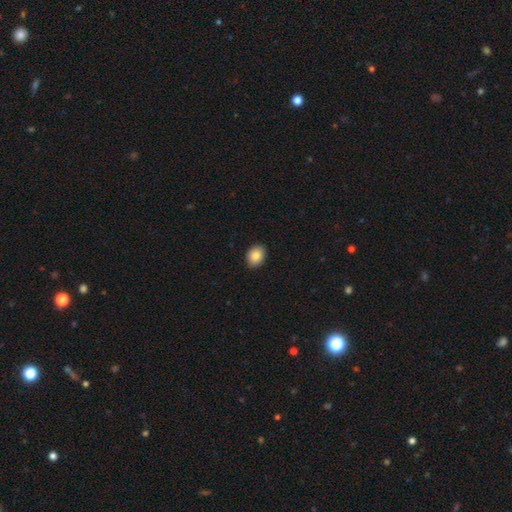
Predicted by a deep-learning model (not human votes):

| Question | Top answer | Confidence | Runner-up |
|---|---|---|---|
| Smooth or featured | smooth | 87% | star or artifact (8%) |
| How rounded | in between | 69% | round (30%) |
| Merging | none | 90% | minor disturbance (7%) |